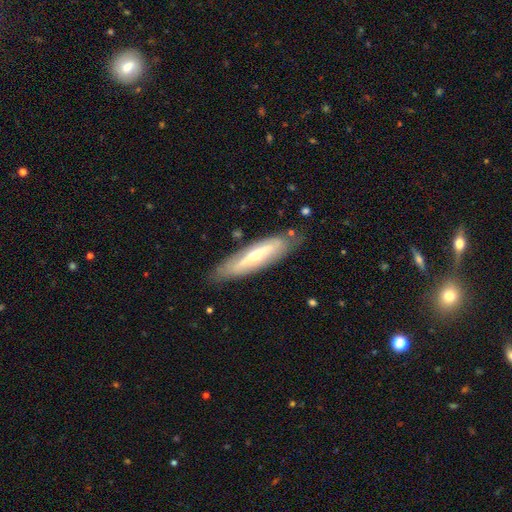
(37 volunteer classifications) Smooth or featured: featured or disk — 73% (smooth — 27%)
Edge-on disk: yes — 52% (no — 48%)
Edge-on bulge: rounded — 79% (none — 21%)
Merging: none — 76% (minor disturbance — 16%)